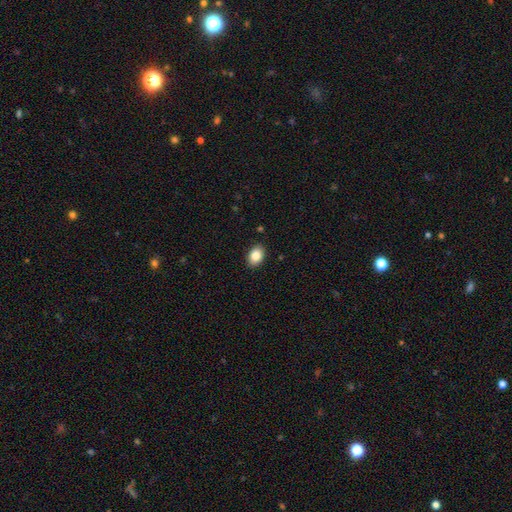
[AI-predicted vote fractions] Q: Smooth or featured?
A: smooth (86%); runner-up: star or artifact (8%)
Q: How rounded?
A: in between (79%); runner-up: round (20%)
Q: Merging?
A: none (90%); runner-up: minor disturbance (8%)